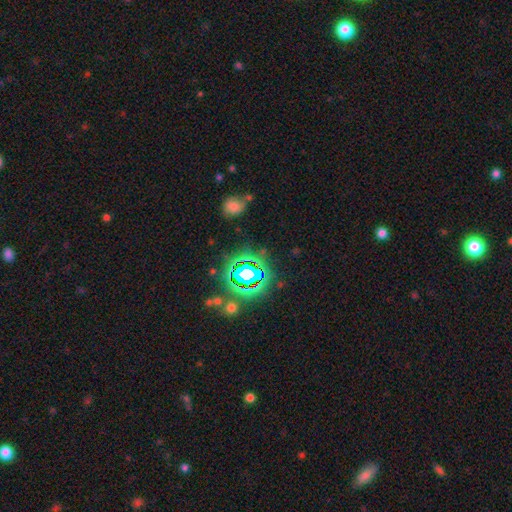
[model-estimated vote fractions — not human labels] This appears to be a star or artifact, not a galaxy (74%).